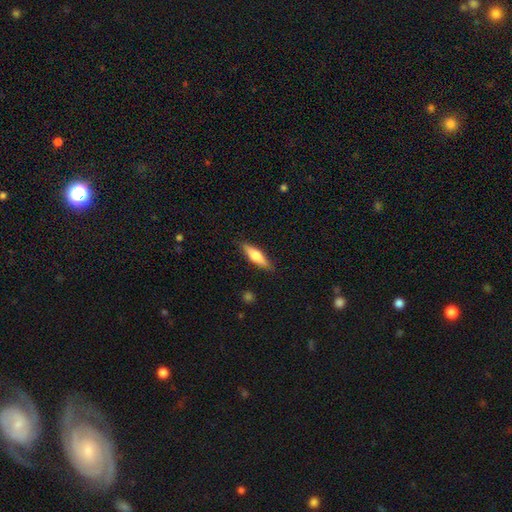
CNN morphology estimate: smooth 56%, featured or disk 39%, star or artifact 6%. Down the decision tree: how rounded — cigar-shaped (63%); merging — none (87%).